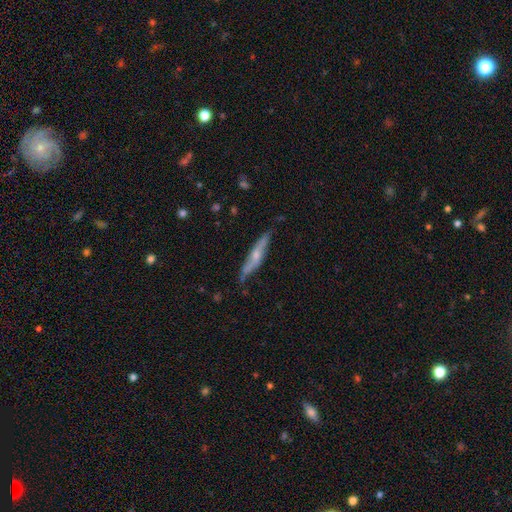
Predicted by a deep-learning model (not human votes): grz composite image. It shows a featured or disk galaxy (58%) viewed edge-on (81%). Merging: none (73%).